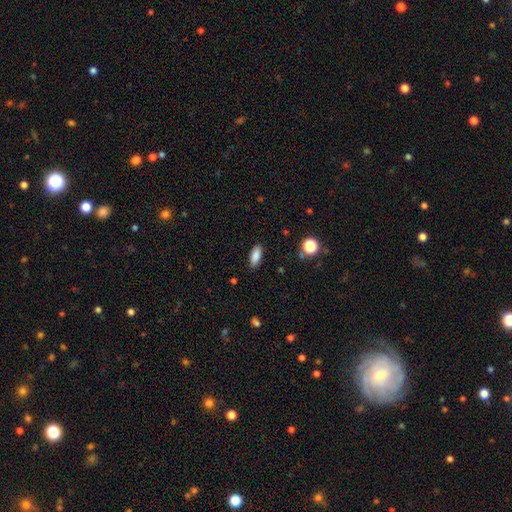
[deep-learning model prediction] Overall: smooth (86%). How rounded: in between (80%). Merging: none (87%).